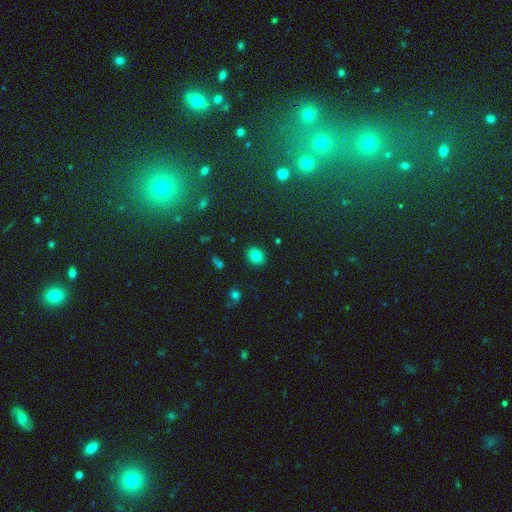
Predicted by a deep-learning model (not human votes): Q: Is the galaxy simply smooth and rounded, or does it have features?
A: smooth — 80%.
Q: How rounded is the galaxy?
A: round — 63%.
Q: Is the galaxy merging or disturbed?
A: none — 89%.